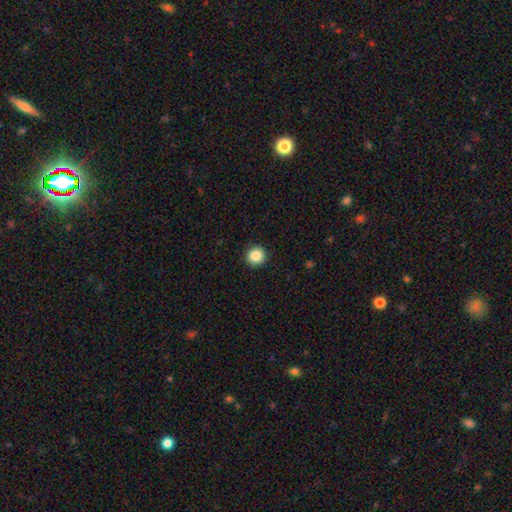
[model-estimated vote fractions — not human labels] Morphology: type=smooth (87%); roundness=round (95%); merging=none (92%).